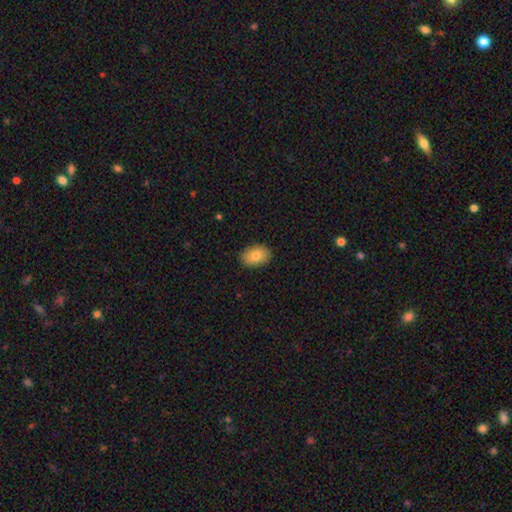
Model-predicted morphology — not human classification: The model was most divided on "smooth or featured": smooth: 81%, featured or disk: 12%, star or artifact: 7%. More confident: merging — none (88%); how rounded — in between (85%).